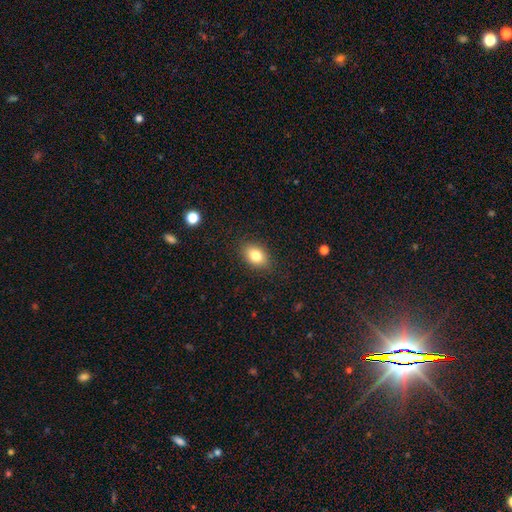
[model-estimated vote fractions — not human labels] This is clearly a smooth galaxy (81%). How rounded: likely in between (78%). Merging: clearly none (86%).